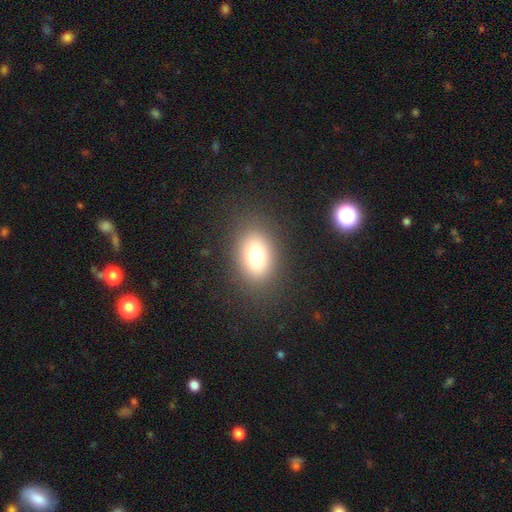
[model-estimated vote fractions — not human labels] This appears to be a smooth galaxy with no disk features (76%) that is in between round and cigar-shaped (72%). Merging: none (85%).